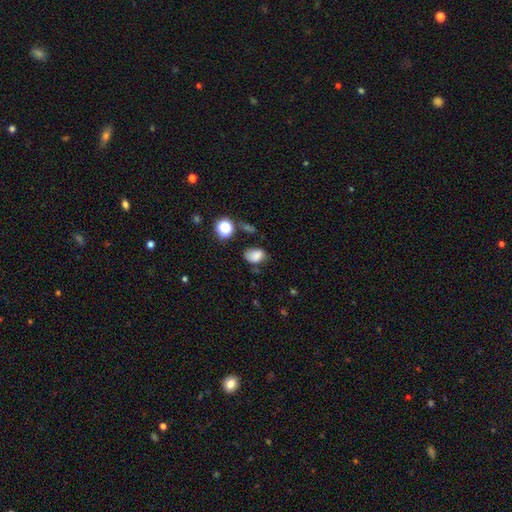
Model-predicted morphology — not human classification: type=smooth (81%); roundness=in between (76%); merging=none (60%).